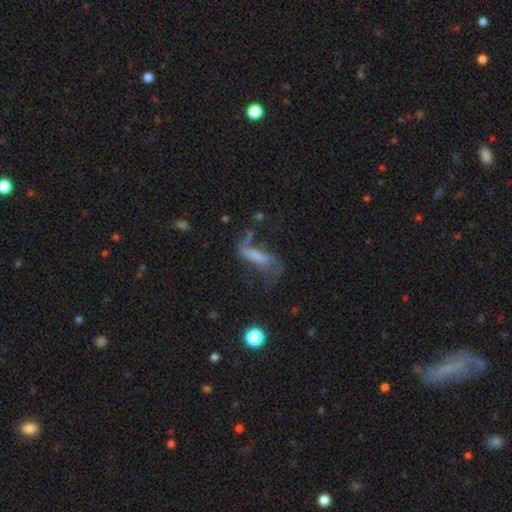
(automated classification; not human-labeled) Smooth or featured? Predicted: smooth (p=0.43). Merging? Predicted: major disturbance (p=0.37).